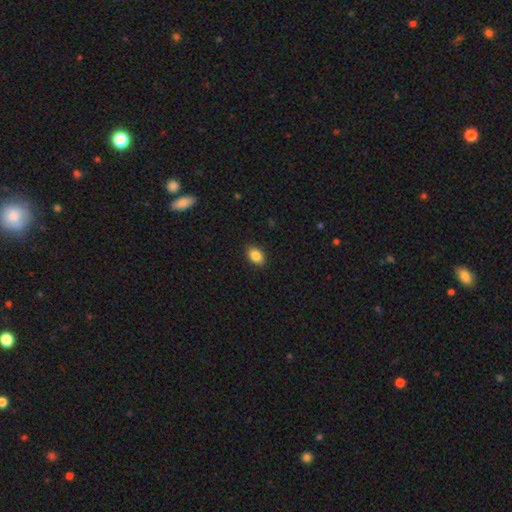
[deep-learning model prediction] A smooth galaxy with no disk features (86%) that is in between round and cigar-shaped (83%). Merging: none (89%).